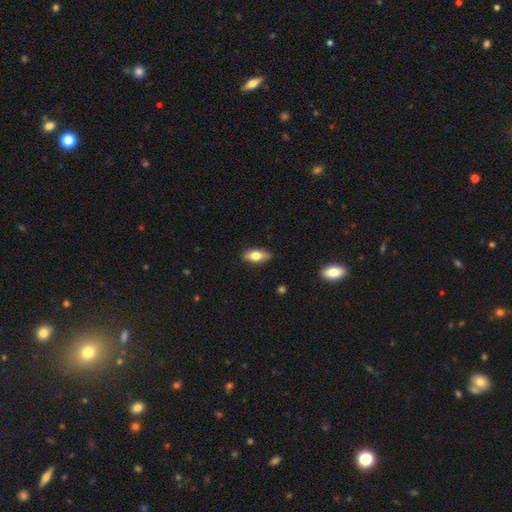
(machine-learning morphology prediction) The model was most divided on "smooth or featured": smooth: 67%, featured or disk: 26%, star or artifact: 7%. More confident: merging — none (87%); how rounded — in between (80%).